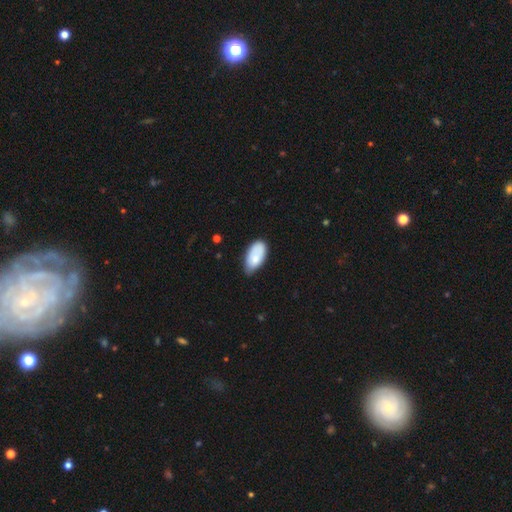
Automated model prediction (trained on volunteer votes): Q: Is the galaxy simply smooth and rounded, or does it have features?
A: smooth — 75%.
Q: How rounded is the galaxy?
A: in between — 94%.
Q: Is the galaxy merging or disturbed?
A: none — 57%.